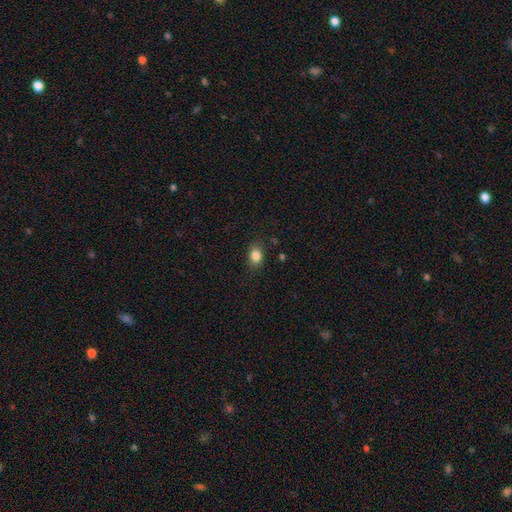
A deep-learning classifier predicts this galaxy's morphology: A smooth galaxy with no disk features (84%) that is in between round and cigar-shaped (68%). Merging: none (83%).